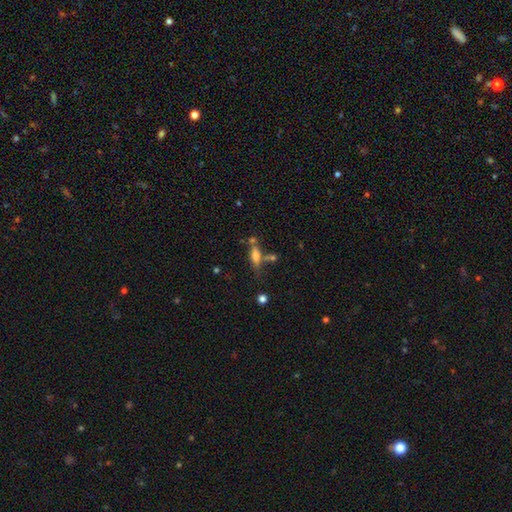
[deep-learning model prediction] Smooth or featured? smooth (56%)
How rounded? cigar-shaped (52%)
Merging? none (54%)